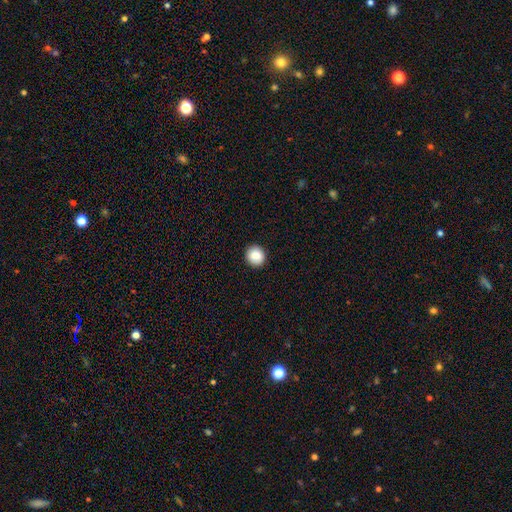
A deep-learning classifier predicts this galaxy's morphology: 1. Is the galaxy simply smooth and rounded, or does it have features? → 86% smooth, 8% star or artifact, 5% featured or disk.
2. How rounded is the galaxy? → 91% round, 8% in between, 1% cigar-shaped.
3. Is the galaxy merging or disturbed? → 91% none, 6% minor disturbance, 2% major disturbance, 1% merger.